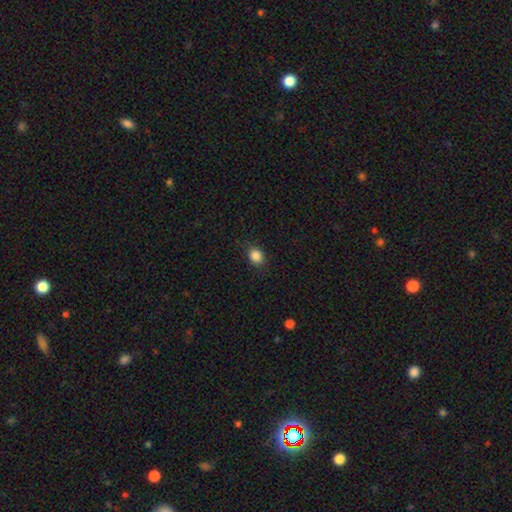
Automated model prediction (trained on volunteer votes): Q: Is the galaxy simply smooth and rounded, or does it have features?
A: smooth — 86%.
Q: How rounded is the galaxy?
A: round — 62%.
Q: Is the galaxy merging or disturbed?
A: none — 83%.